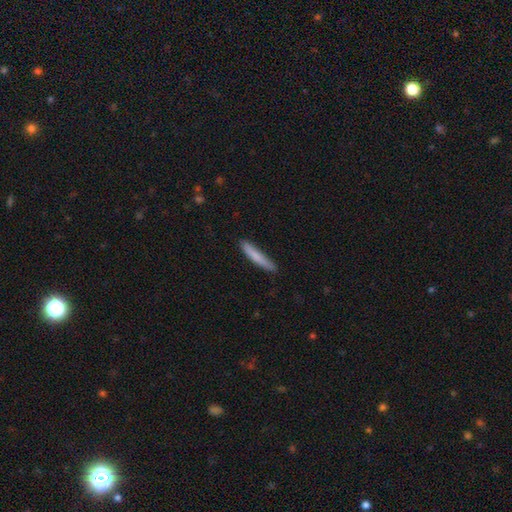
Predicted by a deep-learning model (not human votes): A smooth galaxy with no disk features (78%) that is cigar-shaped (94%). Merging: none (85%).